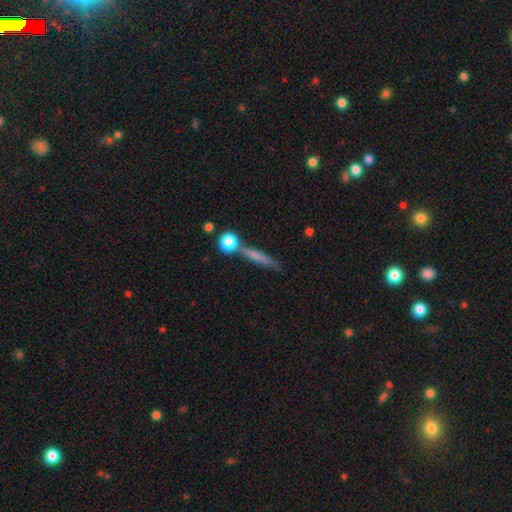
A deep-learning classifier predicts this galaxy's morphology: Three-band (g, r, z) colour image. It shows a smooth galaxy with no disk features (55%) that is cigar-shaped (81%). Merging: none (68%).